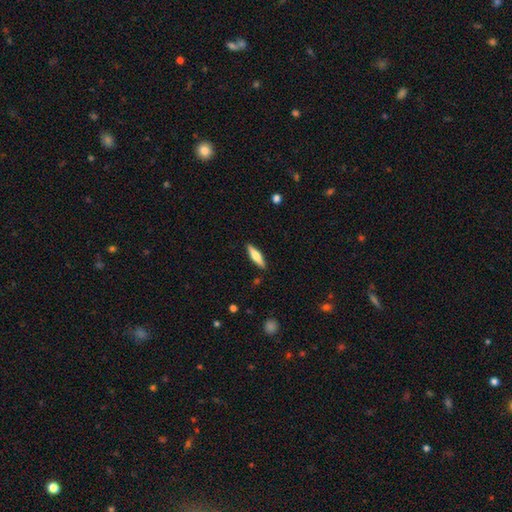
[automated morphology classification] Smooth or featured? Predicted: smooth (p=0.59). How rounded? Predicted: cigar-shaped (p=0.74). Merging? Predicted: none (p=0.89).